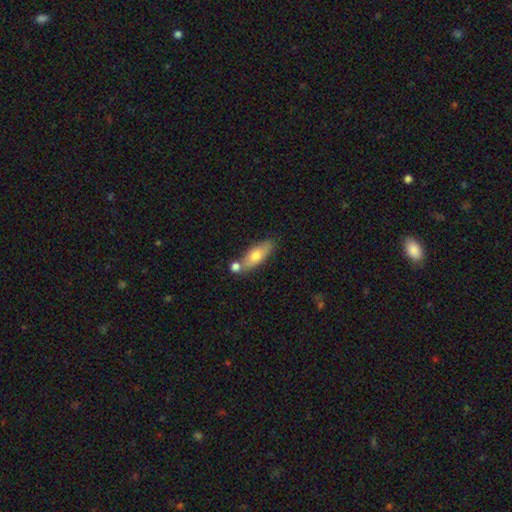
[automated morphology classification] A smooth galaxy with no disk features (65%) that is in between round and cigar-shaped (67%). Merging: none (59%).